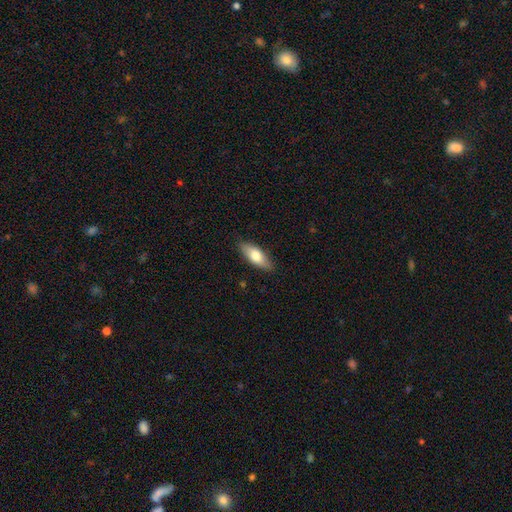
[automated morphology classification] This is likely a smooth galaxy (71%). How rounded: likely in between (72%). Merging: clearly none (86%).